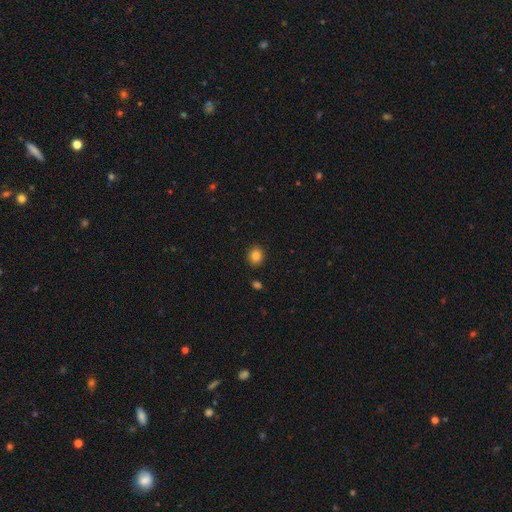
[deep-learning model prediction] Q: Smooth or featured?
A: smooth (85%); runner-up: star or artifact (10%)
Q: How rounded?
A: round (78%); runner-up: in between (21%)
Q: Merging?
A: none (89%); runner-up: minor disturbance (7%)